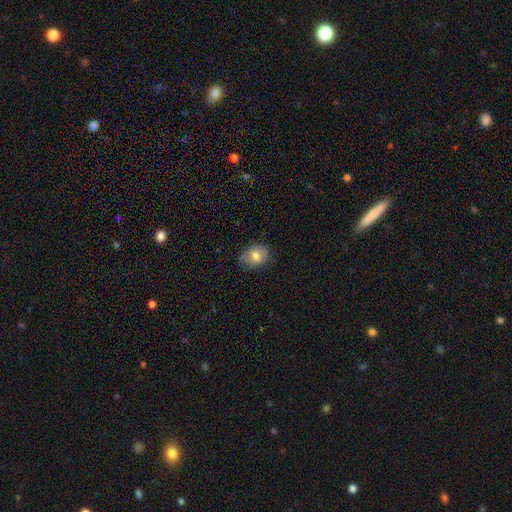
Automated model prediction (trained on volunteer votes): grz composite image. It shows a smooth galaxy with no disk features (72%) that is in between round and cigar-shaped (52%). Merging: none (71%).